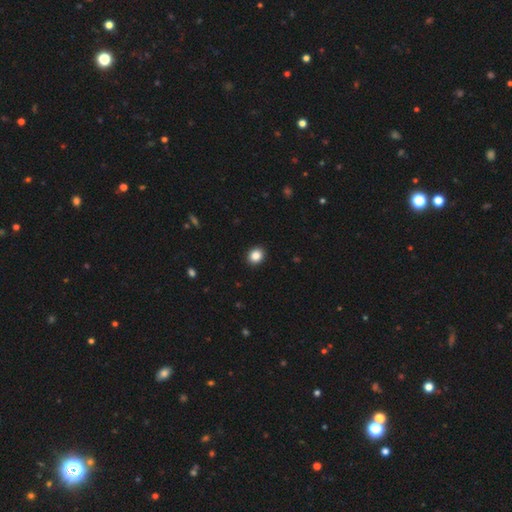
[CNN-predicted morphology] A smooth galaxy with no disk features (87%) that is round (69%).

Vote fractions:
- Smooth or featured? smooth: 87% / star or artifact: 10% / featured or disk: 4%
- How rounded? round: 69% / in between: 30% / cigar-shaped: 1%
- Merging? none: 92% / minor disturbance: 5% / major disturbance: 2% / merger: 1%